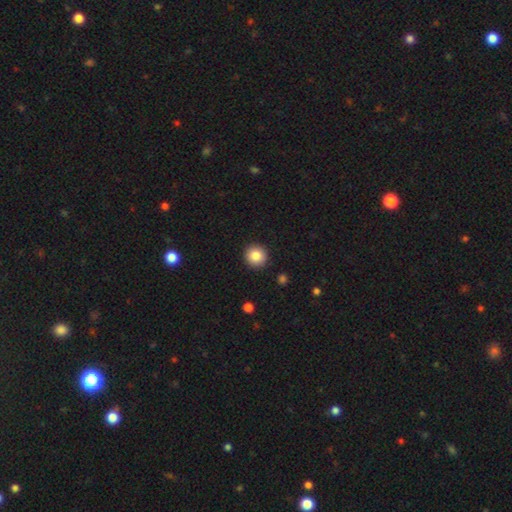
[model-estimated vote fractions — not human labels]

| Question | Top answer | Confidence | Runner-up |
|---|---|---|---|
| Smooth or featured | smooth | 86% | star or artifact (9%) |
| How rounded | round | 94% | in between (5%) |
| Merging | none | 92% | minor disturbance (5%) |